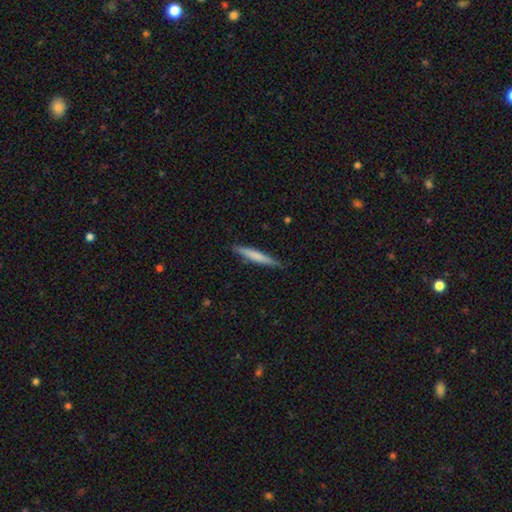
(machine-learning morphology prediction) A smooth galaxy with no disk features (67%) that is cigar-shaped (95%). Merging: none (86%).